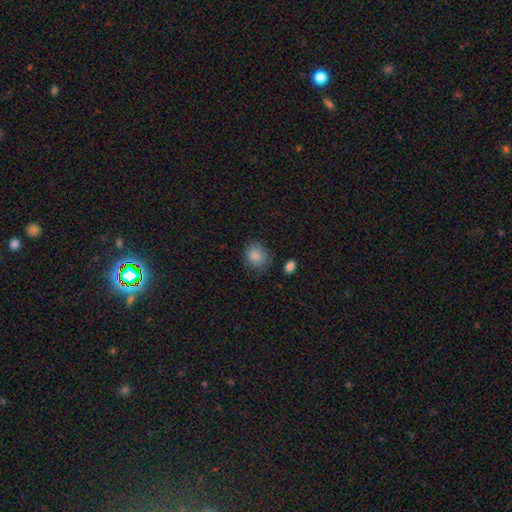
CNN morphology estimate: smooth_or_featured: smooth (p=0.87) [alt: star or artifact p=0.09]
how_rounded: round (p=0.69) [alt: in between p=0.30]
merging: none (p=0.77) [alt: minor disturbance p=0.16]